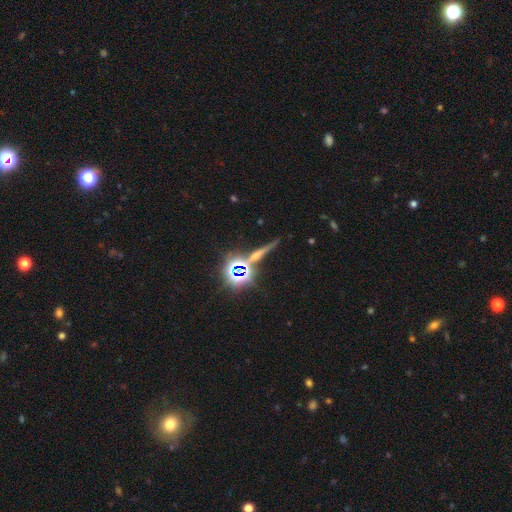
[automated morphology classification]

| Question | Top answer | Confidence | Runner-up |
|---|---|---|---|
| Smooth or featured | star or artifact | 43% | featured or disk (33%) |